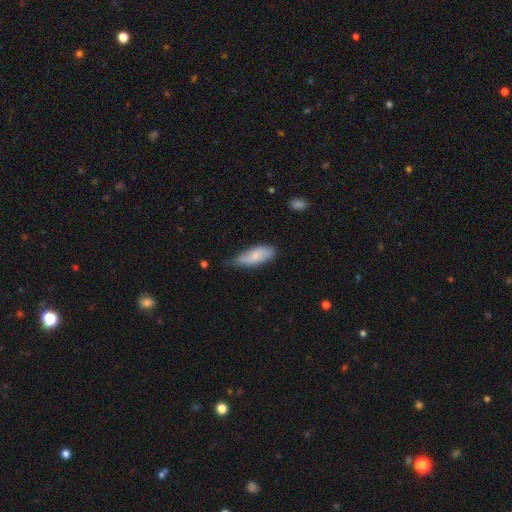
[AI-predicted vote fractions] Morphology: type=smooth (71%); roundness=in between (75%); merging=none (54%).